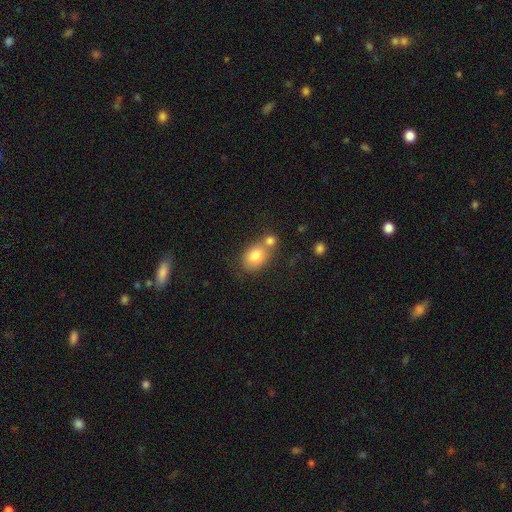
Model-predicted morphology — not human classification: Smooth or featured? smooth (80%)
How rounded? in between (66%)
Merging? none (45%)